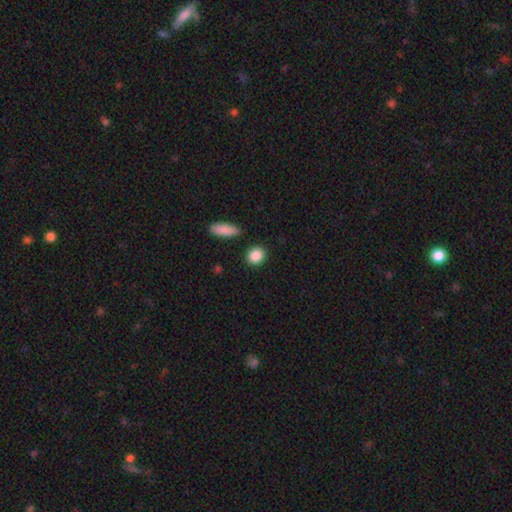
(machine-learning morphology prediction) smooth_or_featured: smooth (p=0.88) [alt: star or artifact p=0.08]
how_rounded: round (p=0.66) [alt: in between p=0.32]
merging: none (p=0.88) [alt: minor disturbance p=0.07]